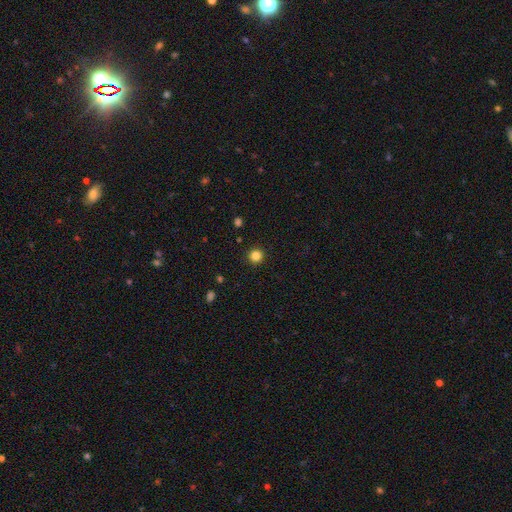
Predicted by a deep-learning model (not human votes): smooth-or-featured: smooth: 83% | star or artifact: 13% | featured or disk: 4%
  how-rounded: round: 96% | in between: 3% | cigar-shaped: 1%
  merging: none: 93% | minor disturbance: 5% | major disturbance: 2% | merger: 1%